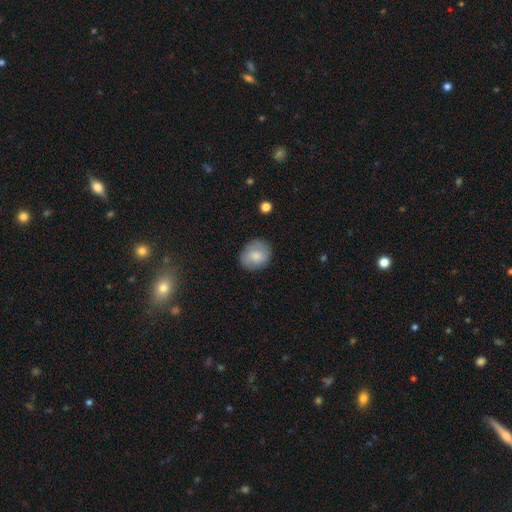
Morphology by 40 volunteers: Volunteers were most divided on "how rounded": round: 53%, in between: 43%, cigar-shaped: 3%. More confident: merging — none (81%); smooth or featured — smooth (75%).